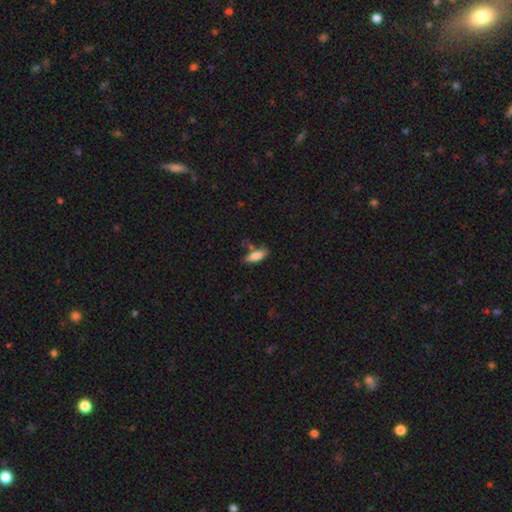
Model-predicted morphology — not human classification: Smooth or featured? smooth (83%)
How rounded? in between (66%)
Merging? none (68%)